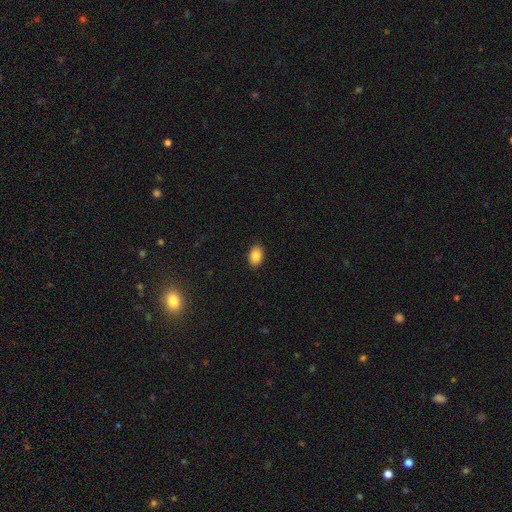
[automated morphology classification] Overall: smooth (86%). How rounded: in between (86%). Merging: none (90%).